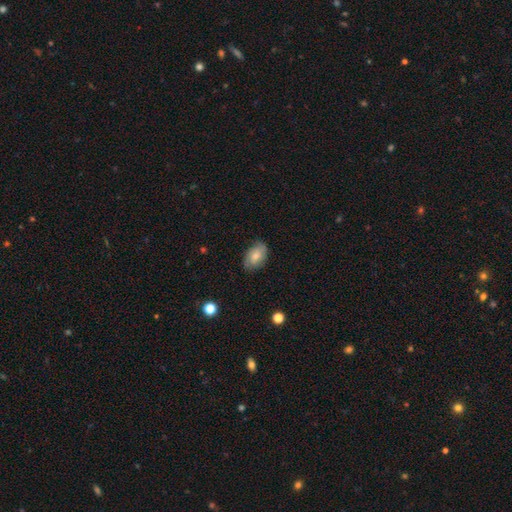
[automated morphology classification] smooth_or_featured: smooth (p=0.71) [alt: featured or disk p=0.22]
how_rounded: in between (p=0.90) [alt: round p=0.08]
merging: none (p=0.75) [alt: minor disturbance p=0.20]